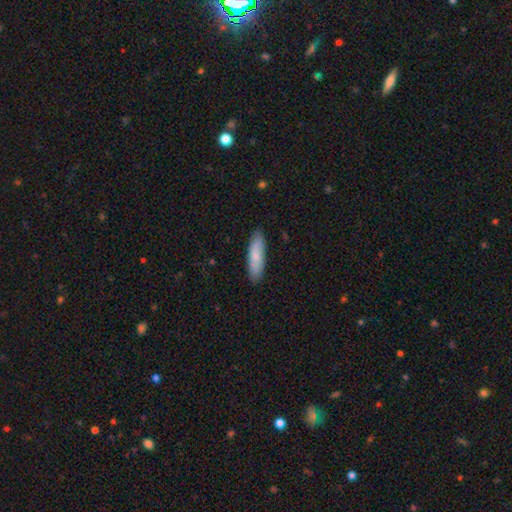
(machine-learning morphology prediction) Smooth or featured: smooth — 77% (featured or disk — 17%)
How rounded: cigar-shaped — 63% (in between — 35%)
Merging: none — 88% (minor disturbance — 10%)